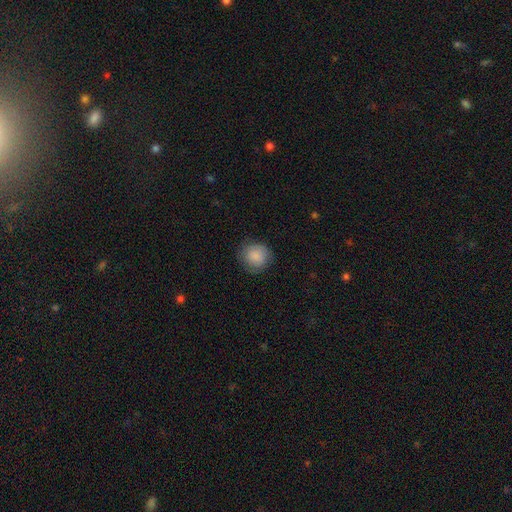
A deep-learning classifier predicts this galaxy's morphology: Overall: smooth (87%). How rounded: round (90%). Merging: none (82%).